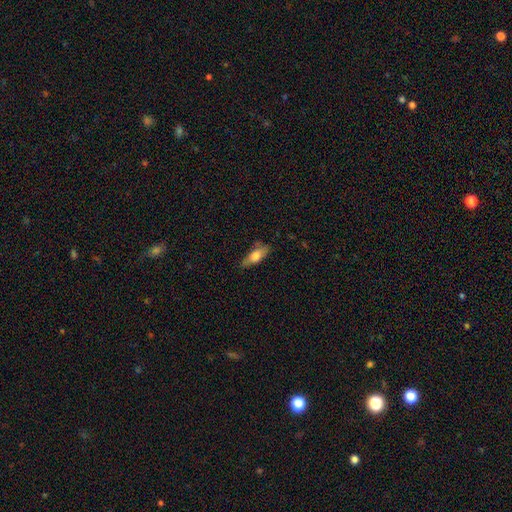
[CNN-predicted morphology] Smooth or featured? smooth (70%)
How rounded? in between (67%)
Merging? none (61%)